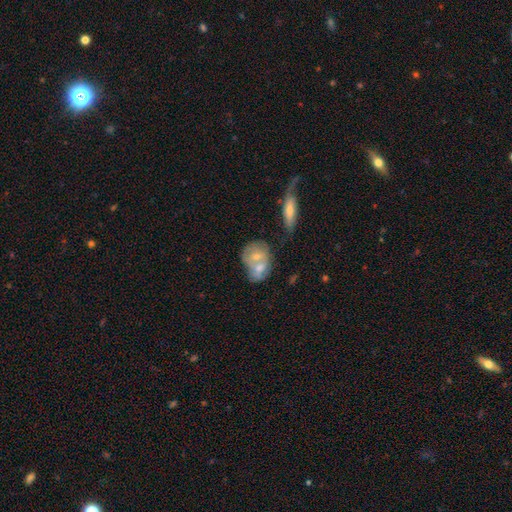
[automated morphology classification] smooth_or_featured: smooth (p=0.52) [alt: featured or disk p=0.40]
how_rounded: in between (p=0.54) [alt: round p=0.43]
merging: merger (p=0.60) [alt: none p=0.24]